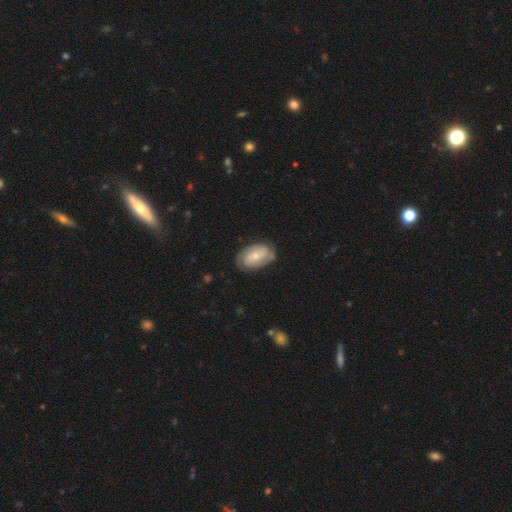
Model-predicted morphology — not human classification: Smooth or featured? Predicted: featured or disk (p=0.53). Edge-on disk? Predicted: no (p=0.95). Bar? Predicted: no (p=0.68). Spiral arms? Predicted: yes (p=0.78). Bulge size? Predicted: small (p=0.65). Merging? Predicted: none (p=0.75).